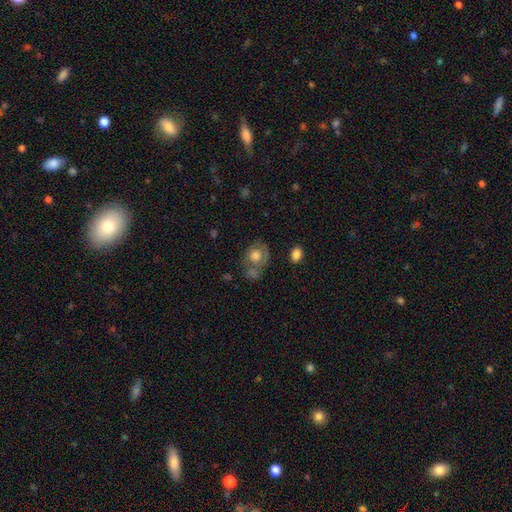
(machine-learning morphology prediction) A smooth galaxy with no disk features (60%) that is round (58%).

Vote fractions:
- Smooth or featured? smooth: 60% / featured or disk: 32% / star or artifact: 8%
- How rounded? round: 58% / in between: 41% / cigar-shaped: 1%
- Merging? none: 45% / minor disturbance: 22% / merger: 19% / major disturbance: 14%